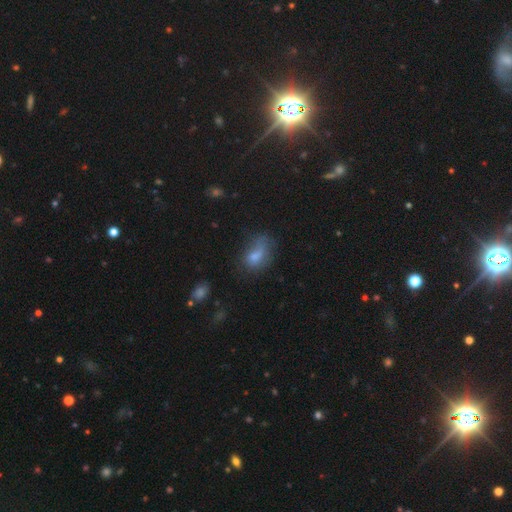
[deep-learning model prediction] smooth-or-featured: smooth: 65% | featured or disk: 24% | star or artifact: 11%
  how-rounded: in between: 81% | round: 16% | cigar-shaped: 2%
  merging: none: 33% | major disturbance: 32% | minor disturbance: 27% | merger: 8%